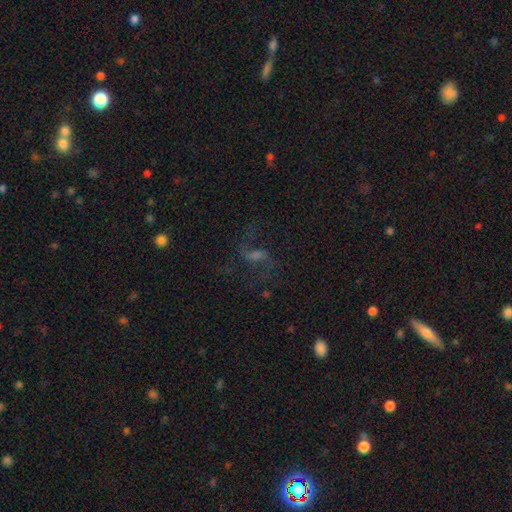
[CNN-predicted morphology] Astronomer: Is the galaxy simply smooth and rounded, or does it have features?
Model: featured or disk — 63%.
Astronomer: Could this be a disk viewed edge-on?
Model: no — 94%.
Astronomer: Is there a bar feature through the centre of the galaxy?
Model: weak — 50% (runner-up: no, 27%).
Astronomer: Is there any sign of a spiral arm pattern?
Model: yes — 88%.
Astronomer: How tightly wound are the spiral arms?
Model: loose — 68%.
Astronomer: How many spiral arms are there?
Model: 2 — 85%.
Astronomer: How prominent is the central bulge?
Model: small — 32% (runner-up: moderate, 29%).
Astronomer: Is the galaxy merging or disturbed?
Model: none — 65%.